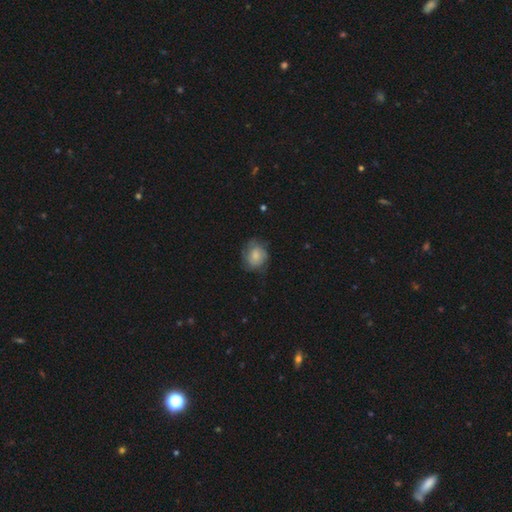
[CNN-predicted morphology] This is likely a smooth galaxy (61%). How rounded: likely round (66%). Merging: likely none (62%).